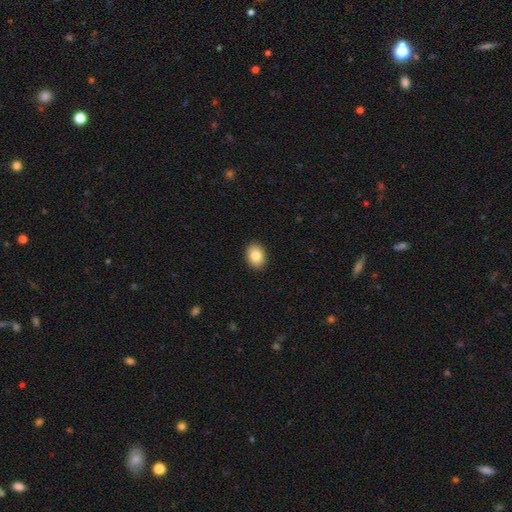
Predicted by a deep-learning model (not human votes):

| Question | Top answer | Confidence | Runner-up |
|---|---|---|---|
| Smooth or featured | smooth | 84% | featured or disk (8%) |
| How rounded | in between | 66% | round (33%) |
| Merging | none | 91% | minor disturbance (6%) |